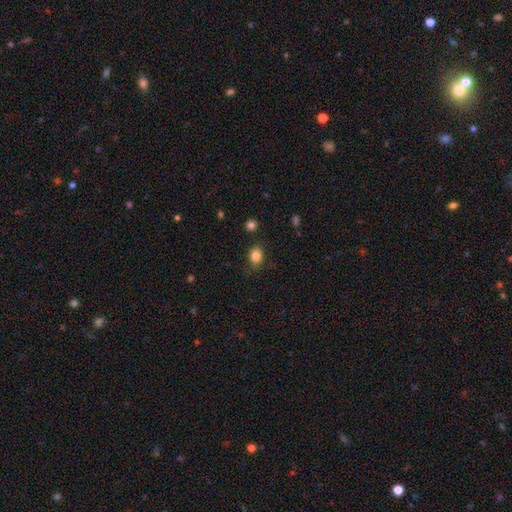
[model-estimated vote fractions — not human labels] A smooth galaxy with no disk features (84%) that is in between round and cigar-shaped (53%).

Vote fractions:
- Smooth or featured? smooth: 84% / star or artifact: 11% / featured or disk: 5%
- How rounded? in between: 53% / round: 45% / cigar-shaped: 1%
- Merging? none: 80% / minor disturbance: 14% / major disturbance: 4% / merger: 2%